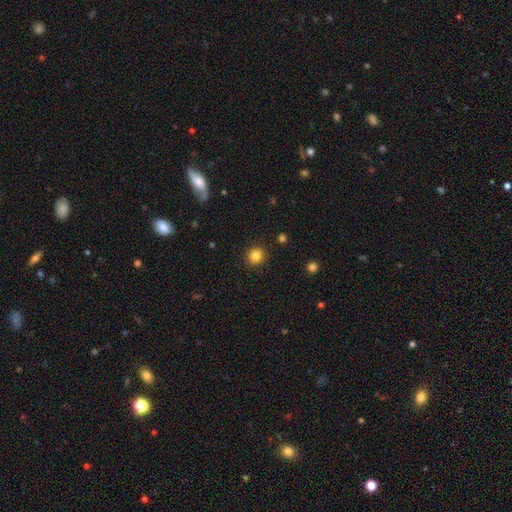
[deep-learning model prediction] Smooth or featured?
  - smooth: 84% *
  - star or artifact: 12%
  - featured or disk: 4%
How rounded?
  - round: 86% *
  - in between: 13%
  - cigar-shaped: 1%
Merging?
  - none: 91% *
  - minor disturbance: 6%
  - major disturbance: 2%
  - merger: 1%